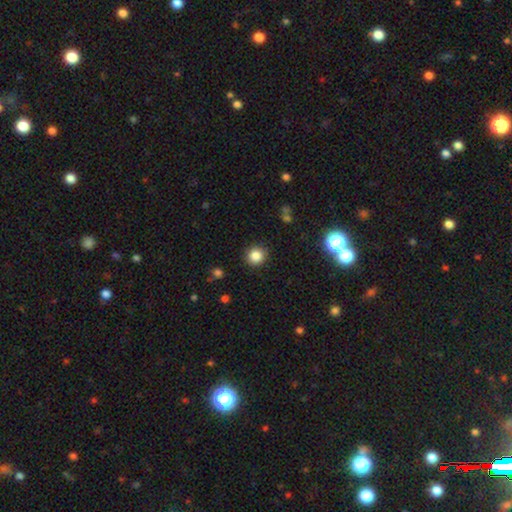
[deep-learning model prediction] This is clearly a smooth galaxy (84%). How rounded: clearly round (93%). Merging: clearly none (90%).